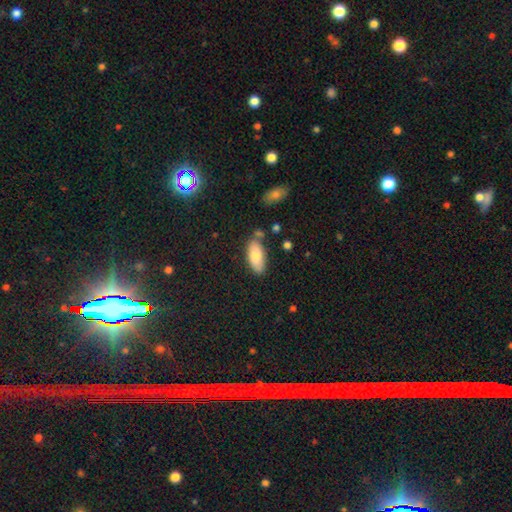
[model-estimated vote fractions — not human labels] The model was most divided on "merging": none: 74%, minor disturbance: 16%, merger: 6%, major disturbance: 3%. More confident: how rounded — in between (87%); smooth or featured — smooth (82%).